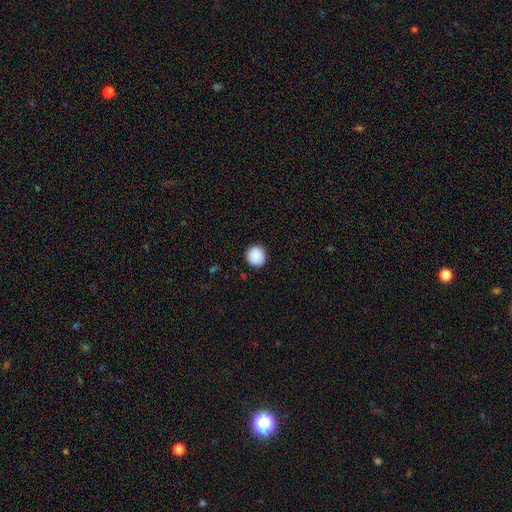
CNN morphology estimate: Smooth or featured?
  - smooth: 90% *
  - star or artifact: 8%
  - featured or disk: 3%
How rounded?
  - round: 90% *
  - in between: 9%
  - cigar-shaped: 1%
Merging?
  - none: 90% *
  - minor disturbance: 7%
  - major disturbance: 2%
  - merger: 1%